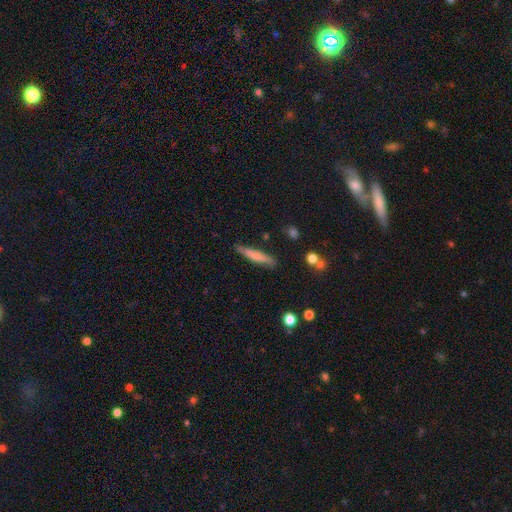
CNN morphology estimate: Q: Smooth or featured?
A: smooth (67%); runner-up: featured or disk (27%)
Q: How rounded?
A: cigar-shaped (91%); runner-up: in between (8%)
Q: Merging?
A: none (81%); runner-up: minor disturbance (14%)